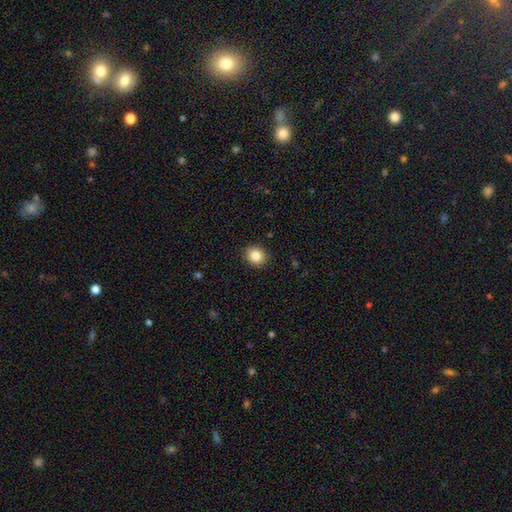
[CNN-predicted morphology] Smooth or featured? Predicted: smooth (p=0.85). How rounded? Predicted: round (p=0.81). Merging? Predicted: none (p=0.90).